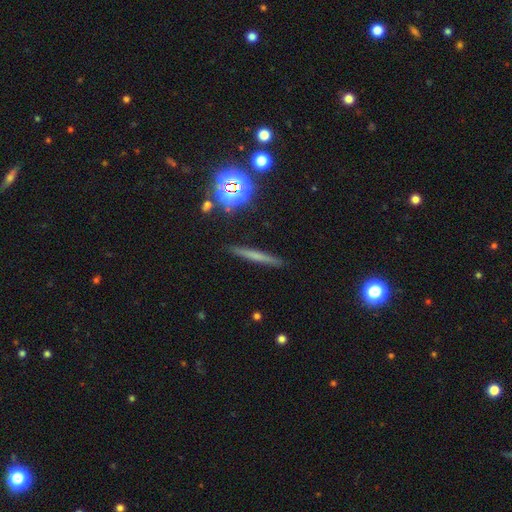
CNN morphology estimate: type=smooth (48%); merging=none (90%).